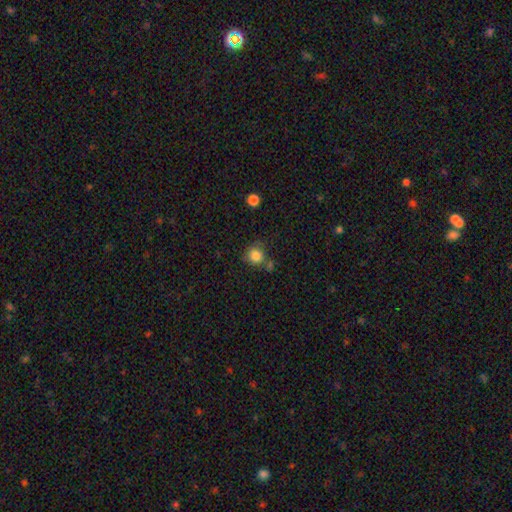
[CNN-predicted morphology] This is clearly a smooth galaxy (84%). How rounded: clearly round (88%). Merging: likely none (67%).